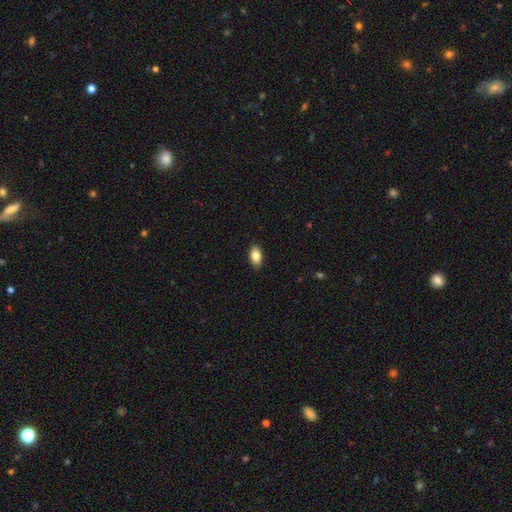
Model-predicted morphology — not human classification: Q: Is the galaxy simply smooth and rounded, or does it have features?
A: smooth — 85%.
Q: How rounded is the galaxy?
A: in between — 91%.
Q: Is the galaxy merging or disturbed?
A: none — 89%.